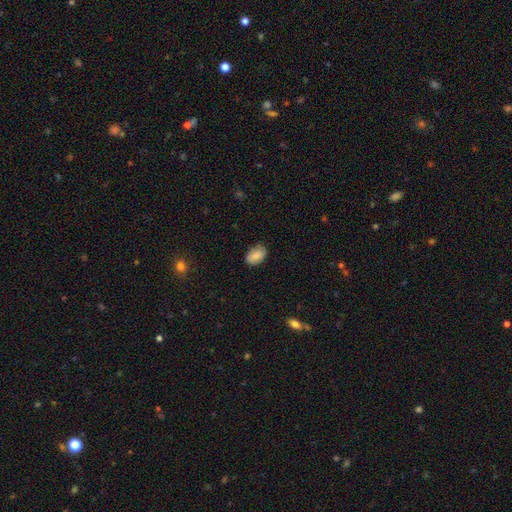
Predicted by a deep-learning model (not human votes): smooth-or-featured: smooth: 83% | featured or disk: 10% | star or artifact: 7%
  how-rounded: in between: 90% | round: 9% | cigar-shaped: 1%
  merging: none: 77% | minor disturbance: 19% | major disturbance: 3% | merger: 1%